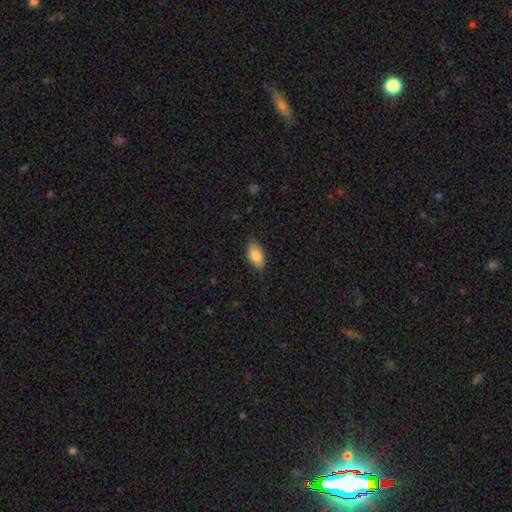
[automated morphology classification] type=smooth (85%); roundness=in between (92%); merging=none (81%).